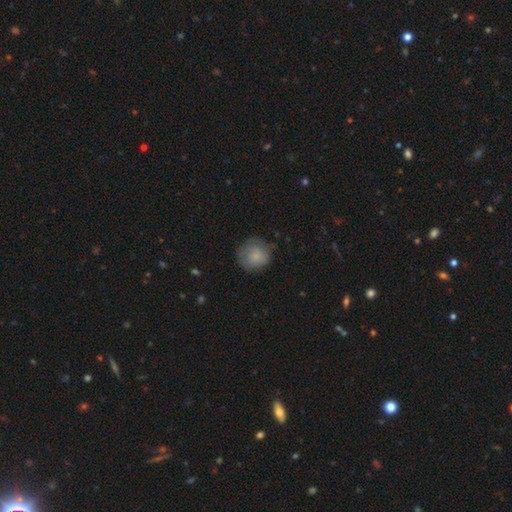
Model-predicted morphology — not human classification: Smooth or featured: smooth — 80% (featured or disk — 13%)
How rounded: round — 88% (in between — 11%)
Merging: none — 69% (minor disturbance — 23%)